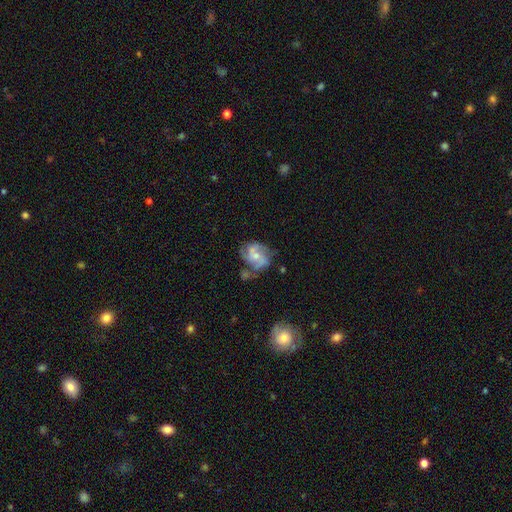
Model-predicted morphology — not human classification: A featured or disk galaxy (80%) with no bar (64%), 3 (47%) medium (50%) spiral arms (93%) and a small central bulge (50%).

Vote fractions:
- Smooth or featured? featured or disk: 80% / smooth: 13% / star or artifact: 7%
- Edge-on disk? no: 98% / yes: 2%
- Bar? no: 64% / weak: 30% / strong: 6%
- Spiral arms? yes: 93% / no: 7%
- Spiral winding? medium: 50% / tight: 32% / loose: 18%
- Spiral arm count? 3: 47% / 2: 22% / can't tell: 13% / 4: 11% / 1: 4% / more than 4: 4%
- Bulge size? small: 50% / moderate: 43% / none: 3% / large: 2% / dominant: 1%
- Merging? none: 56% / minor disturbance: 23% / major disturbance: 13% / merger: 7%